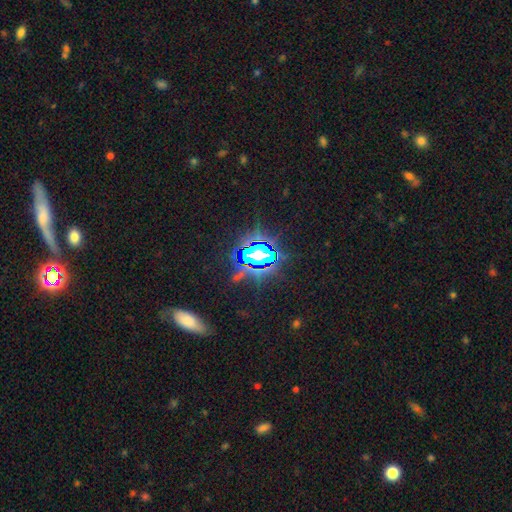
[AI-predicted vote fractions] Smooth or featured? star or artifact (78%)